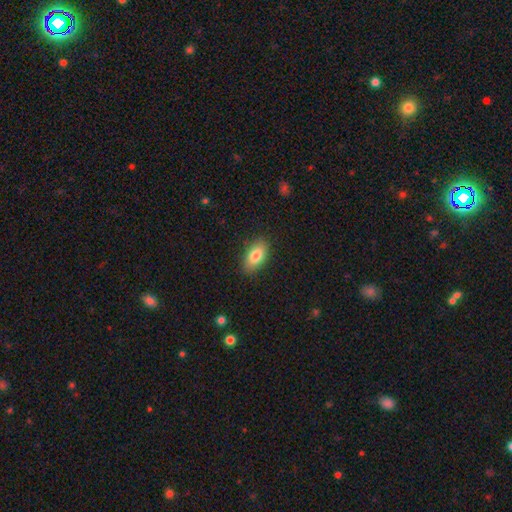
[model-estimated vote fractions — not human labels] Overall: smooth (82%). How rounded: in between (90%). Merging: none (86%).